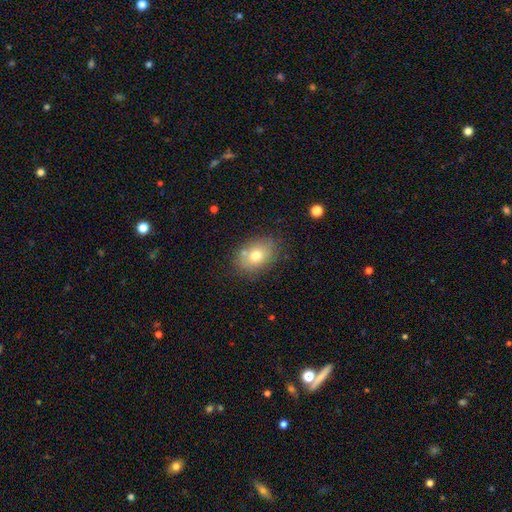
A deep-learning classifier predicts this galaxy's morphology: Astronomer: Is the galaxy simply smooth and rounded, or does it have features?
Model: smooth — 73%.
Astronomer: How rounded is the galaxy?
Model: in between — 75%.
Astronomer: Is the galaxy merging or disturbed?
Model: none — 77%.